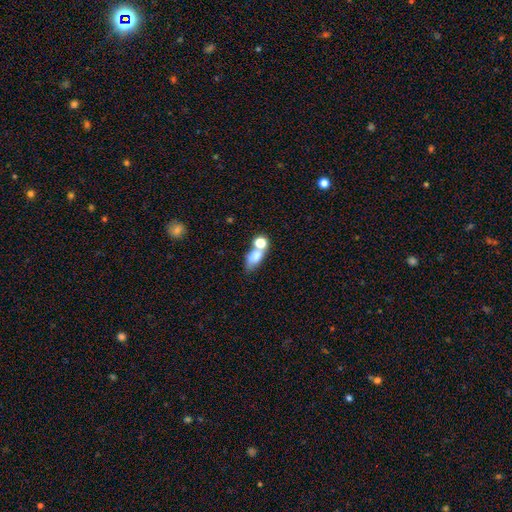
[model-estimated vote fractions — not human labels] smooth 72%, featured or disk 16%, star or artifact 12%. Down the decision tree: how rounded — in between (72%); merging — merger (42%).